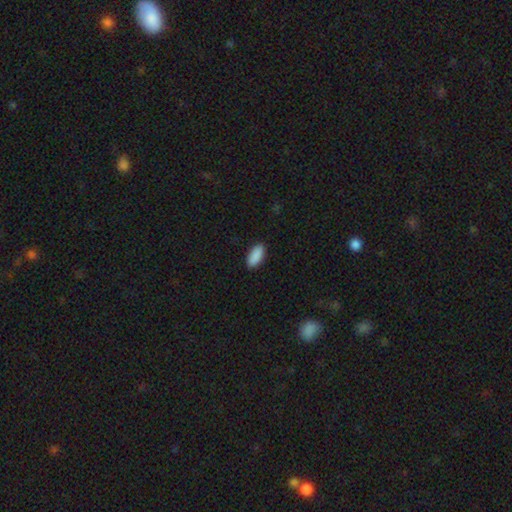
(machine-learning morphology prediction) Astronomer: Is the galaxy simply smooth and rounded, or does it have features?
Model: smooth — 91%.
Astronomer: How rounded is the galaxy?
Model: in between — 88%.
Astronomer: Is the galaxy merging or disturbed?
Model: none — 90%.